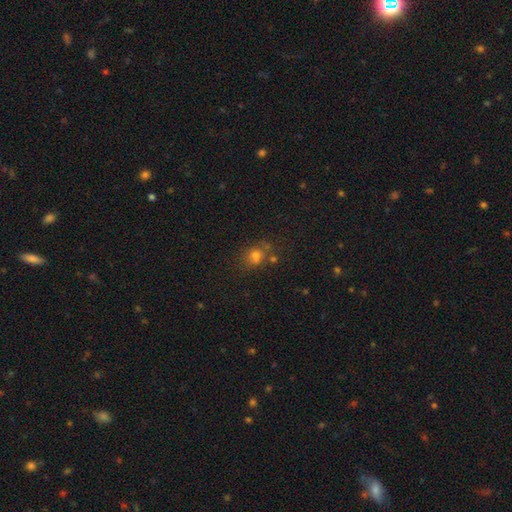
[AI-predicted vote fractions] Smooth or featured: smooth — 65% (star or artifact — 22%)
How rounded: round — 57% (in between — 41%)
Merging: none — 61% (minor disturbance — 17%)